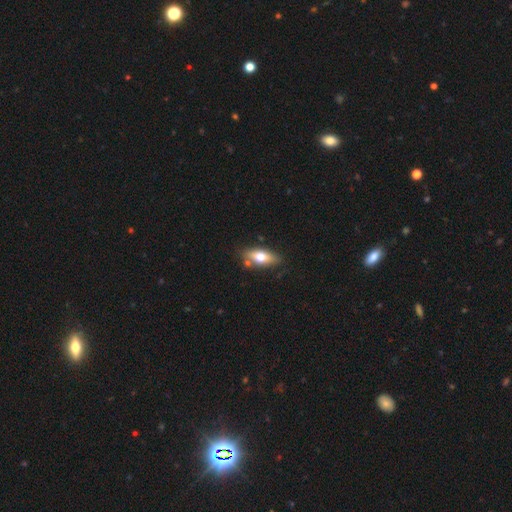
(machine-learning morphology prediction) Smooth or featured? Predicted: smooth (p=0.61). How rounded? Predicted: in between (p=0.74). Merging? Predicted: none (p=0.77).